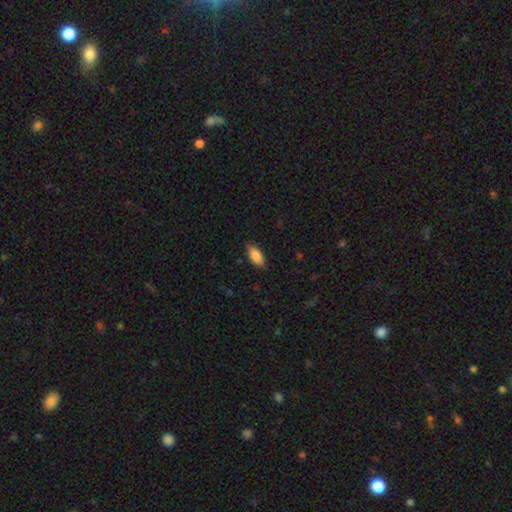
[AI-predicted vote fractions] smooth_or_featured: smooth (p=0.86) [alt: featured or disk p=0.07]
how_rounded: in between (p=0.88) [alt: cigar-shaped p=0.10]
merging: none (p=0.83) [alt: minor disturbance p=0.14]